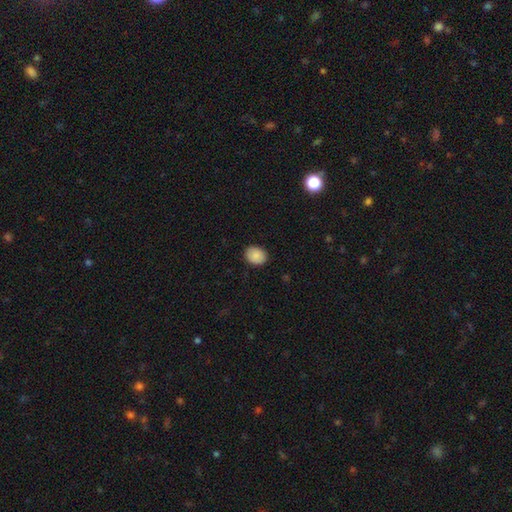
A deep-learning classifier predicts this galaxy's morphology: Overall: smooth (88%). How rounded: in between (50%; round 49%). Merging: none (89%).